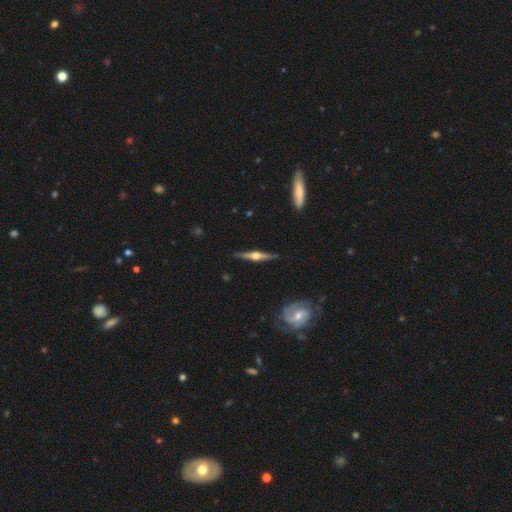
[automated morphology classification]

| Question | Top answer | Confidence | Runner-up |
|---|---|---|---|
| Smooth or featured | featured or disk | 83% | smooth (12%) |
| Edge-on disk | yes | 97% | no (3%) |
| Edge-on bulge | rounded | 95% | boxy (3%) |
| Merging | none | 88% | minor disturbance (9%) |